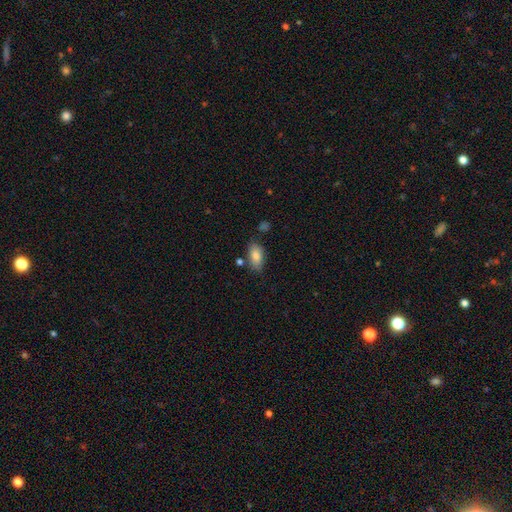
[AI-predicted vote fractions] Smooth or featured? Predicted: smooth (p=0.82). How rounded? Predicted: in between (p=0.91). Merging? Predicted: none (p=0.73).